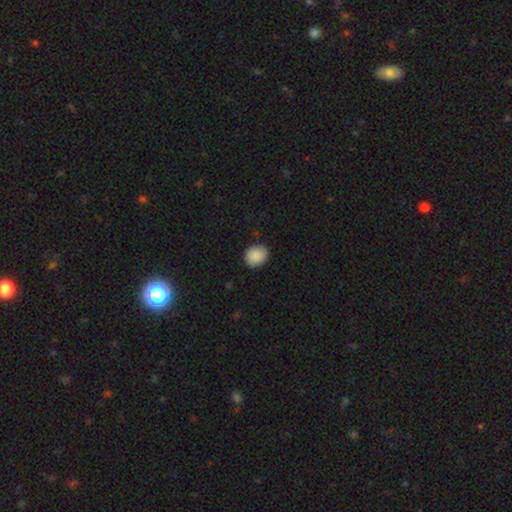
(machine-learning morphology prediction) type=smooth (89%); roundness=round (66%); merging=none (86%).